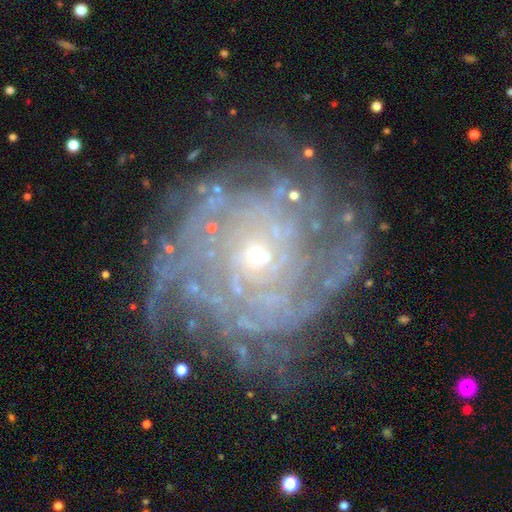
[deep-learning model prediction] Q: Smooth or featured?
A: featured or disk (88%); runner-up: star or artifact (7%)
Q: Edge-on disk?
A: no (97%); runner-up: yes (3%)
Q: Bar?
A: no (76%); runner-up: weak (18%)
Q: Spiral arms?
A: yes (95%); runner-up: no (5%)
Q: Spiral winding?
A: tight (71%); runner-up: medium (23%)
Q: Spiral arm count?
A: can't tell (33%); runner-up: more than 4 (19%)
Q: Bulge size?
A: small (68%); runner-up: moderate (28%)
Q: Merging?
A: none (71%); runner-up: minor disturbance (17%)